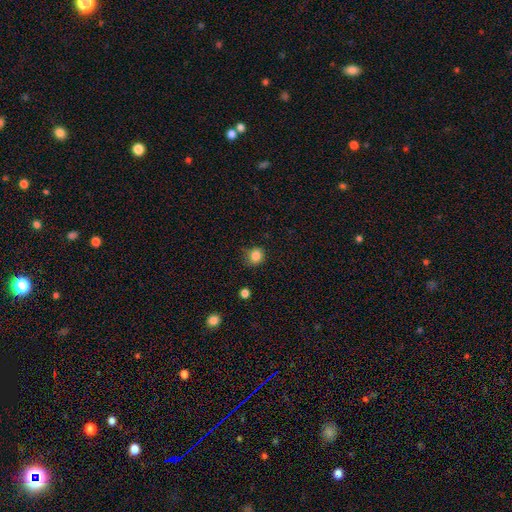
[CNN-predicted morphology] smooth_or_featured: smooth (p=0.84) [alt: star or artifact p=0.11]
how_rounded: round (p=0.77) [alt: in between p=0.22]
merging: none (p=0.74) [alt: minor disturbance p=0.21]